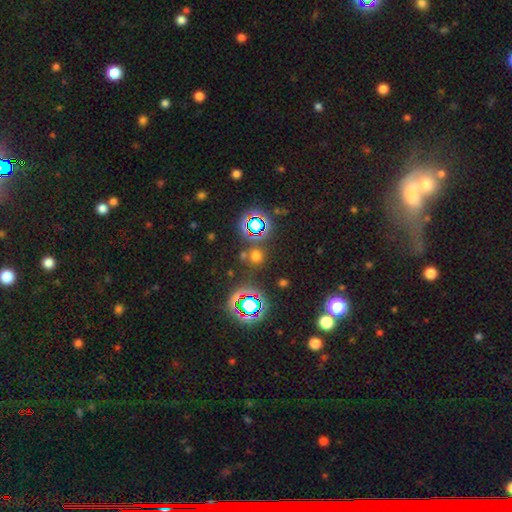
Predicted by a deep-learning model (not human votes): This is possibly a smooth galaxy (50%). How rounded: clearly round (89%). Merging: likely none (77%).